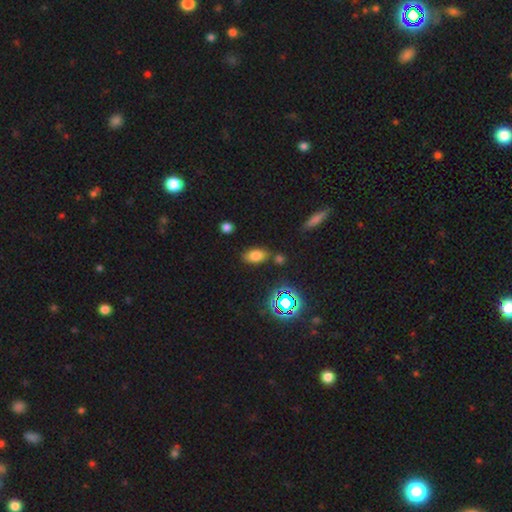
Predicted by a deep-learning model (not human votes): smooth_or_featured: smooth (p=0.72) [alt: star or artifact p=0.19]
how_rounded: in between (p=0.88) [alt: round p=0.08]
merging: none (p=0.77) [alt: minor disturbance p=0.12]